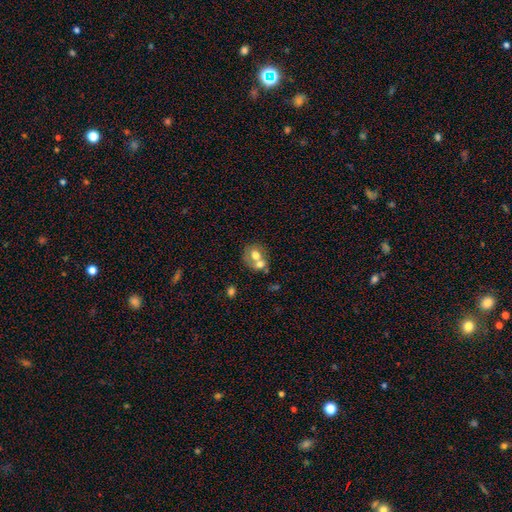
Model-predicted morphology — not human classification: smooth_or_featured: smooth (p=0.63) [alt: featured or disk p=0.28]
how_rounded: round (p=0.64) [alt: in between p=0.36]
merging: merger (p=0.55) [alt: none p=0.31]